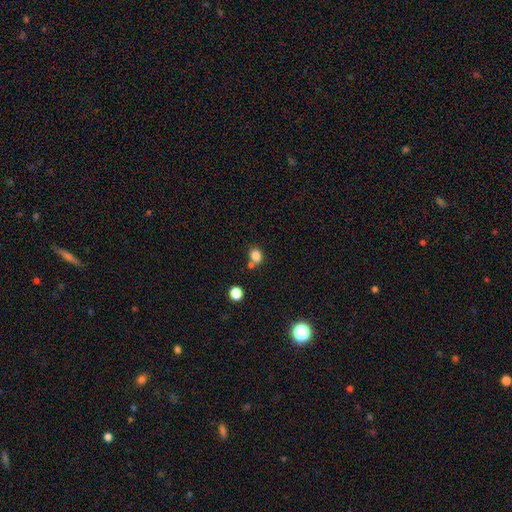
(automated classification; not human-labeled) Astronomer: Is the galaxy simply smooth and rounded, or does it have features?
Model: smooth — 82%.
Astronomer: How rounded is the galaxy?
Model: round — 55% (runner-up: in between, 44%).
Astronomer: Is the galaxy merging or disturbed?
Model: none — 60%.